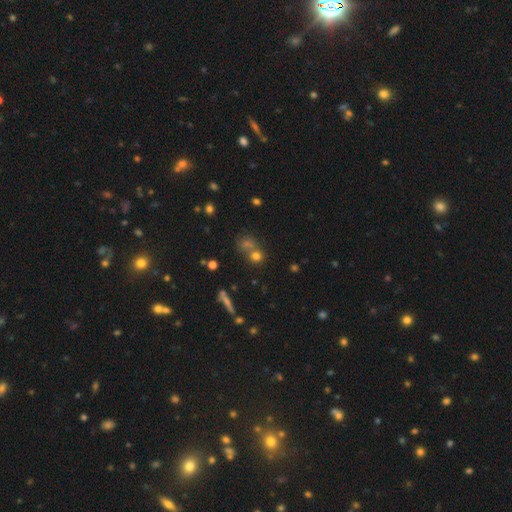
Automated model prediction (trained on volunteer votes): smooth 69%, star or artifact 19%, featured or disk 12%. Down the decision tree: how rounded — round (79%); merging — none (45%).